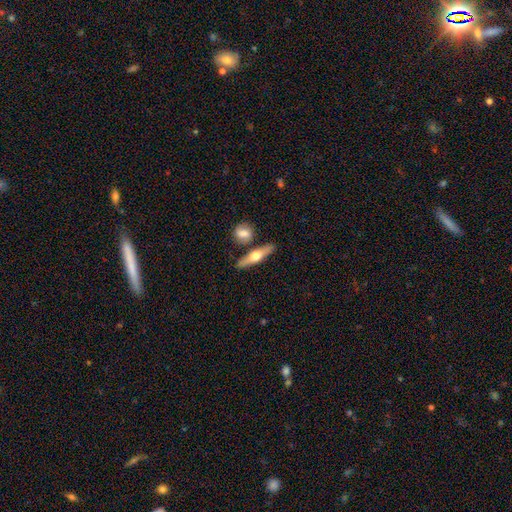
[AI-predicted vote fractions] This is possibly a featured or disk galaxy (52%). It is clearly viewed edge-on (92%). Merging: likely none (78%).